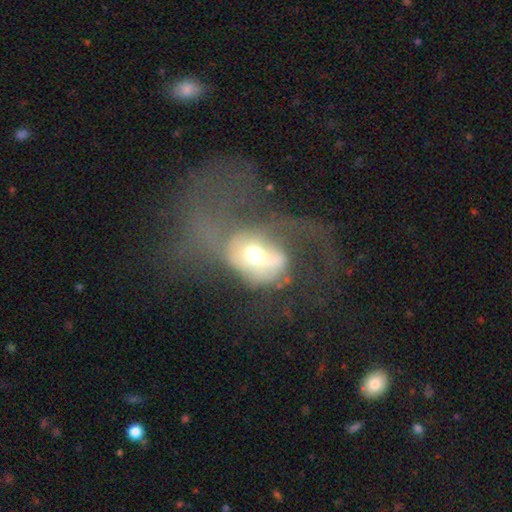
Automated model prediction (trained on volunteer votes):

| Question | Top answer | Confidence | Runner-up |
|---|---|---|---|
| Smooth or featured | featured or disk | 63% | smooth (27%) |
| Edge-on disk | no | 96% | yes (4%) |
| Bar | no | 61% | weak (29%) |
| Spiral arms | yes | 53% | no (47%) |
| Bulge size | moderate | 64% | large (17%) |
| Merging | major disturbance | 65% | none (14%) |